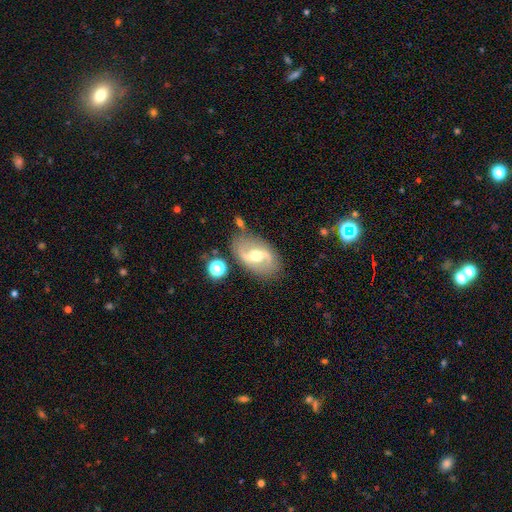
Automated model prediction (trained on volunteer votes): A featured or disk galaxy (78%) with a weak bar (42%), 2 (88%) loose (47%) spiral arms (83%) and a moderate central bulge (71%). Merging: none (75%).